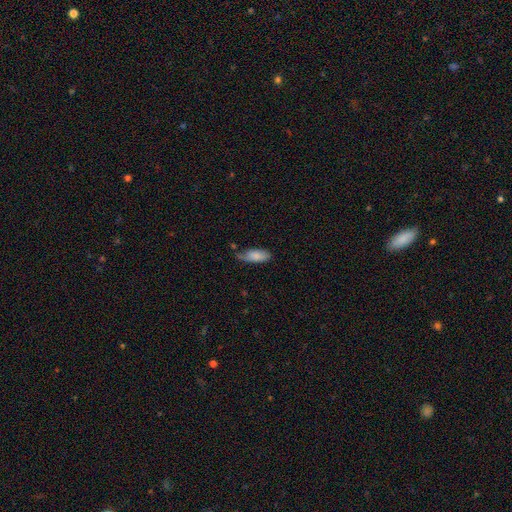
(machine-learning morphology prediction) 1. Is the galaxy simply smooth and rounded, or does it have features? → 78% smooth, 15% featured or disk, 7% star or artifact.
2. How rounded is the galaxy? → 80% in between, 18% cigar-shaped, 2% round.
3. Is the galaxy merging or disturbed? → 48% none, 35% minor disturbance, 11% major disturbance, 6% merger.